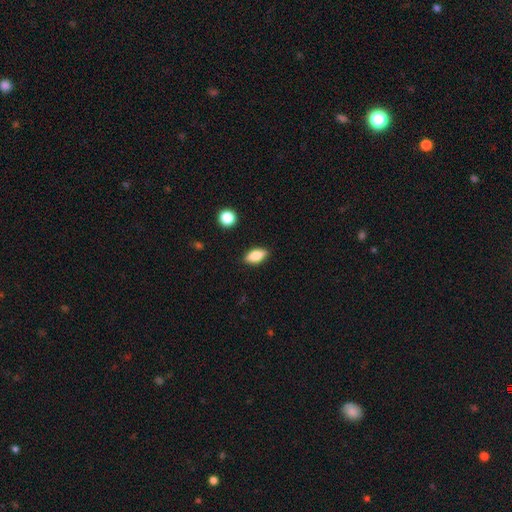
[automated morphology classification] The model was most divided on "smooth or featured": smooth: 77%, featured or disk: 16%, star or artifact: 8%. More confident: merging — none (88%); how rounded — in between (86%).